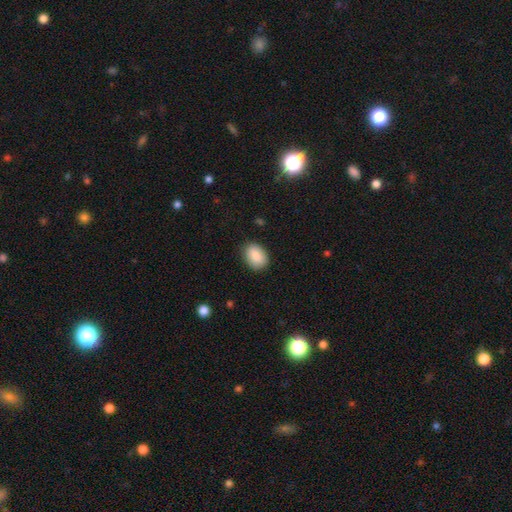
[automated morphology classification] smooth 85%, featured or disk 8%, star or artifact 7%. Down the decision tree: how rounded — in between (73%); merging — none (86%).